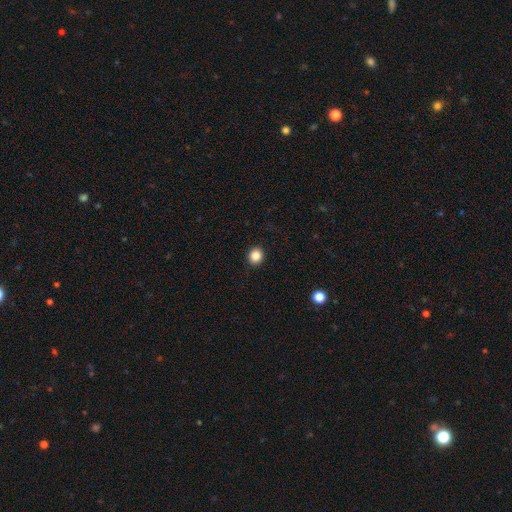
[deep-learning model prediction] Overall: smooth (86%). How rounded: round (82%). Merging: none (92%).